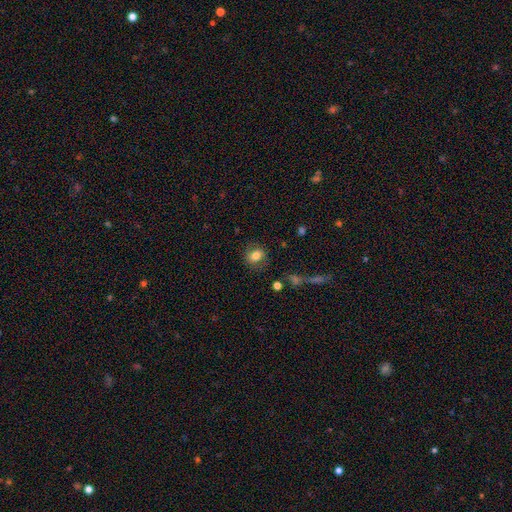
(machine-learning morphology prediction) smooth-or-featured: smooth: 79% | featured or disk: 11% | star or artifact: 10%
  how-rounded: round: 62% | in between: 37% | cigar-shaped: 1%
  merging: none: 80% | minor disturbance: 13% | major disturbance: 5% | merger: 2%